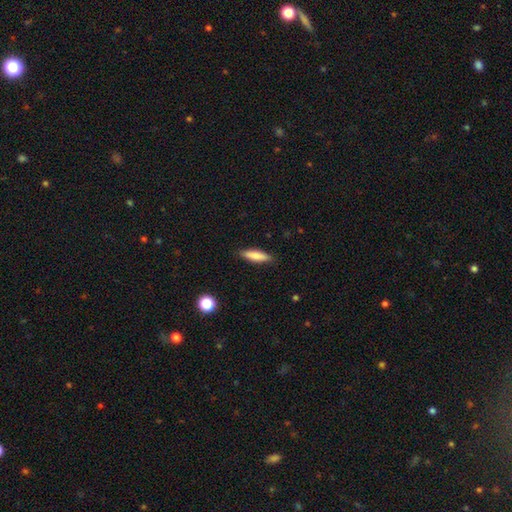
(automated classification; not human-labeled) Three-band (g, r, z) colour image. It shows a smooth galaxy with no disk features (81%) that is cigar-shaped (66%). Merging: none (87%).